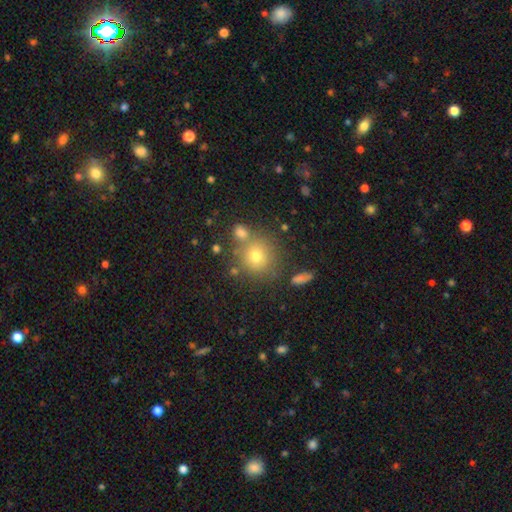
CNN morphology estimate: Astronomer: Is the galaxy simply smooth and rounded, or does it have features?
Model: smooth — 71%.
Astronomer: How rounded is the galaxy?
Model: round — 90%.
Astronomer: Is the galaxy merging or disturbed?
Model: none — 71%.